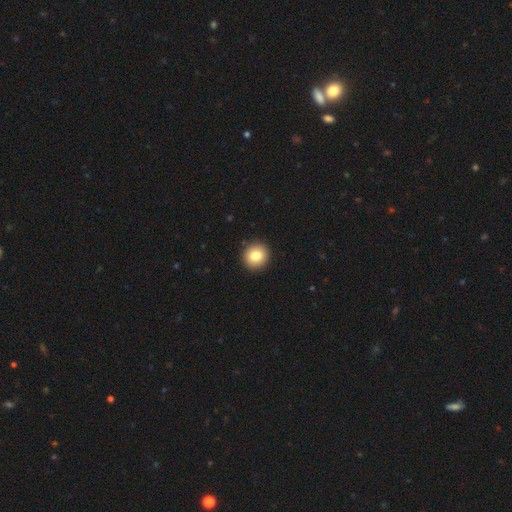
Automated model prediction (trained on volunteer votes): A smooth galaxy with no disk features (83%) that is round (91%).

Vote fractions:
- Smooth or featured? smooth: 83% / star or artifact: 9% / featured or disk: 8%
- How rounded? round: 91% / in between: 8% / cigar-shaped: 1%
- Merging? none: 92% / minor disturbance: 5% / major disturbance: 2% / merger: 1%